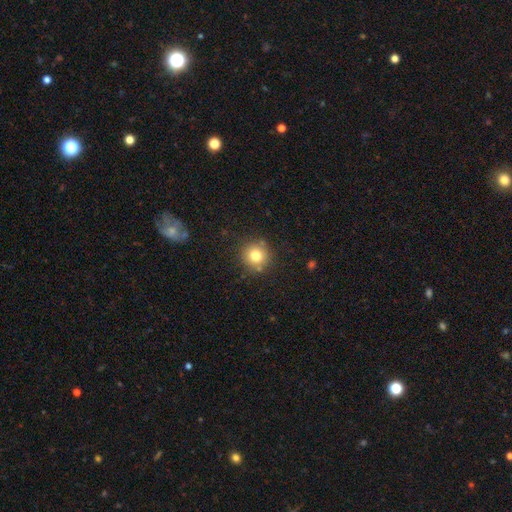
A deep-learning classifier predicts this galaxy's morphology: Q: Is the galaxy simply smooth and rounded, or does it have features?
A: smooth — 78%.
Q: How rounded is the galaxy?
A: round — 93%.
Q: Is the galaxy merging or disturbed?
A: none — 84%.